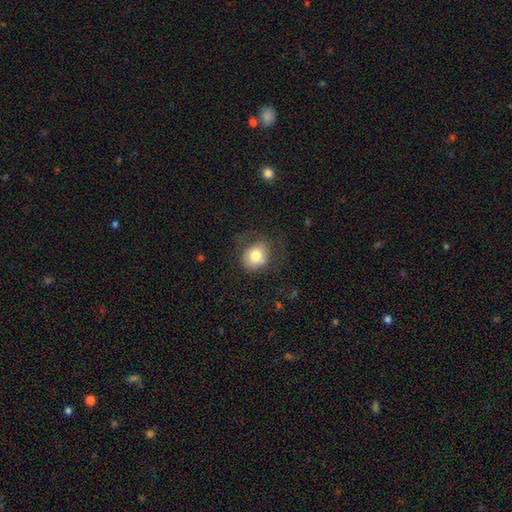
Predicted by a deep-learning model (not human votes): smooth 76%, featured or disk 14%, star or artifact 9%. Down the decision tree: how rounded — round (57%); merging — none (60%).